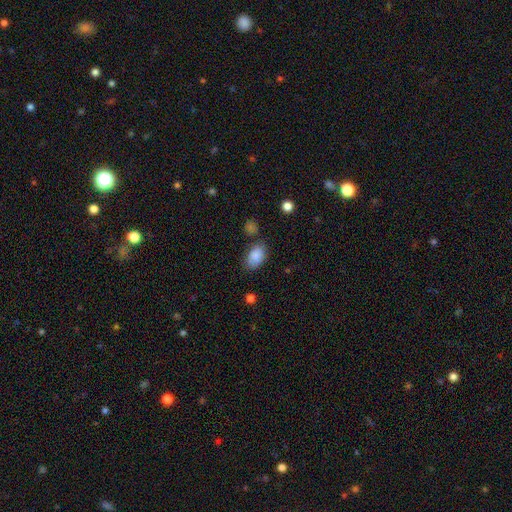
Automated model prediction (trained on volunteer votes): A smooth galaxy with no disk features (85%) that is in between round and cigar-shaped (89%).

Vote fractions:
- Smooth or featured? smooth: 85% / star or artifact: 8% / featured or disk: 7%
- How rounded? in between: 89% / round: 10% / cigar-shaped: 1%
- Merging? none: 66% / minor disturbance: 21% / merger: 6% / major disturbance: 6%